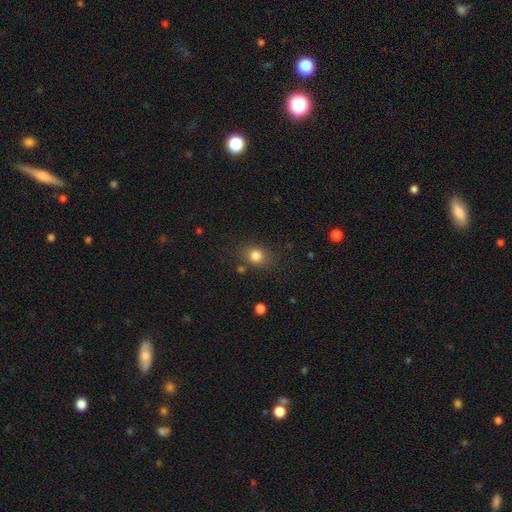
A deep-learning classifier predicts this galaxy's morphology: Smooth or featured? smooth (81%)
How rounded? round (58%)
Merging? none (78%)